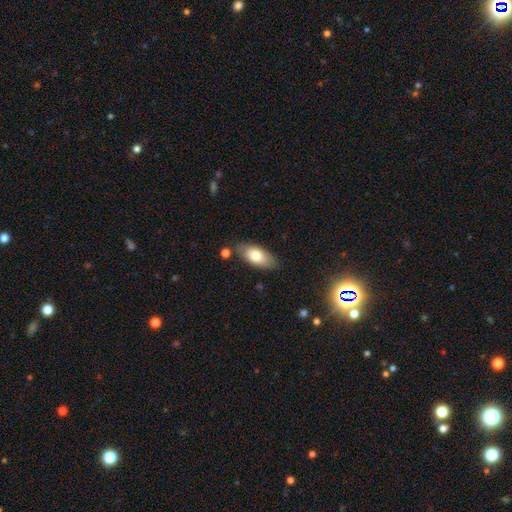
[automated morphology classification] This is likely a smooth galaxy (75%). How rounded: clearly in between (89%). Merging: likely none (78%).